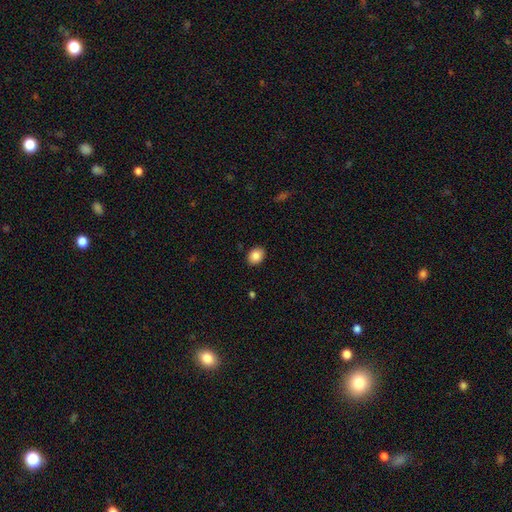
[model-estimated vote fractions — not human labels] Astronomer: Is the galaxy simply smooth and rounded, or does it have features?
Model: smooth — 86%.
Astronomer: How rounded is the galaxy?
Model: in between — 61% (runner-up: round, 38%).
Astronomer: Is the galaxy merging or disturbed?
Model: none — 89%.